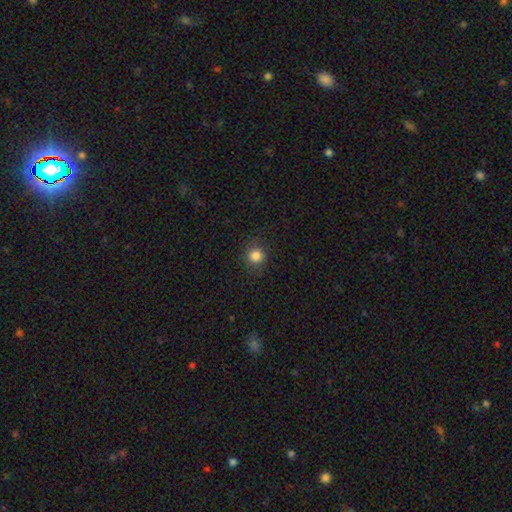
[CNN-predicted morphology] smooth_or_featured: smooth (p=0.83) [alt: star or artifact p=0.12]
how_rounded: round (p=0.90) [alt: in between p=0.09]
merging: none (p=0.87) [alt: minor disturbance p=0.09]